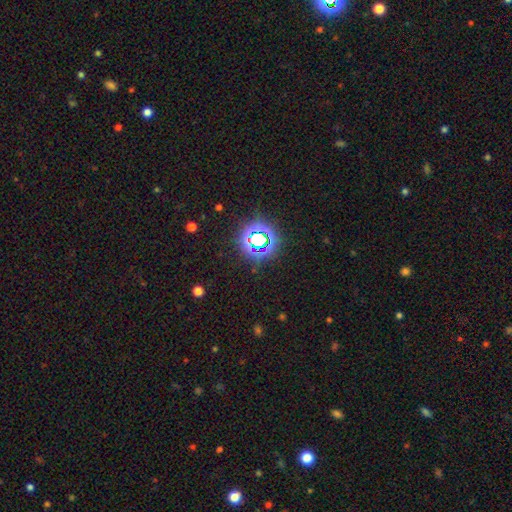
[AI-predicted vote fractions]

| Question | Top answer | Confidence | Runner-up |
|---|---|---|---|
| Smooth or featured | star or artifact | 78% | smooth (15%) |